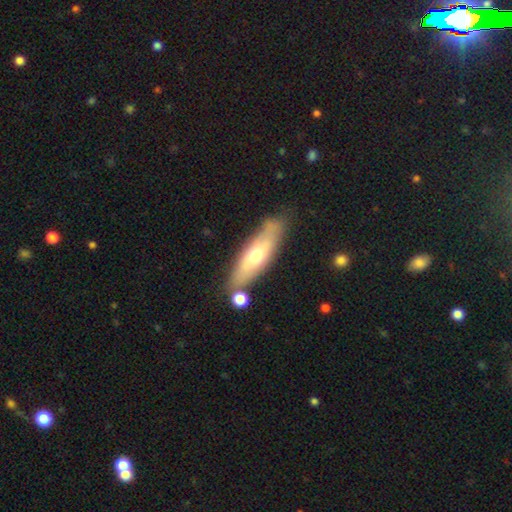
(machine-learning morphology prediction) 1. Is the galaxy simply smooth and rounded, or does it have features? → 49% smooth, 45% featured or disk, 6% star or artifact.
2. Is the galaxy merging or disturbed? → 75% none, 15% minor disturbance, 6% merger, 3% major disturbance.